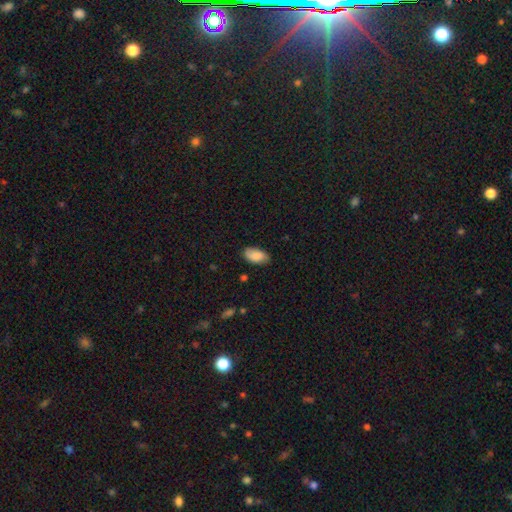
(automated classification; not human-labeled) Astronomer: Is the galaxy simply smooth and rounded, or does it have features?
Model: smooth — 86%.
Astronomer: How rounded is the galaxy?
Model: in between — 94%.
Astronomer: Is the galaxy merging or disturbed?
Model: none — 83%.